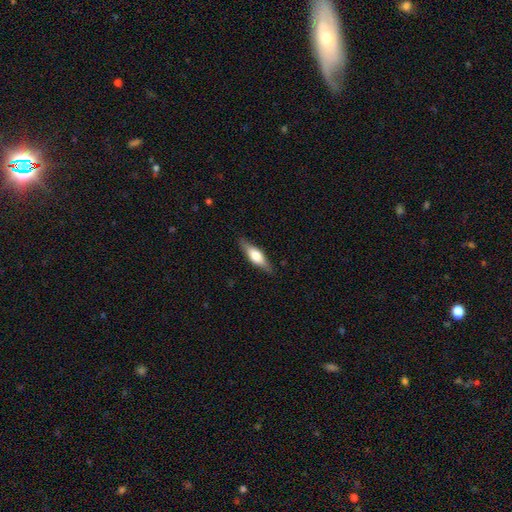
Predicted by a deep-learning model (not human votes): Q: Smooth or featured?
A: smooth (49%); runner-up: featured or disk (45%)
Q: Merging?
A: none (86%); runner-up: minor disturbance (11%)